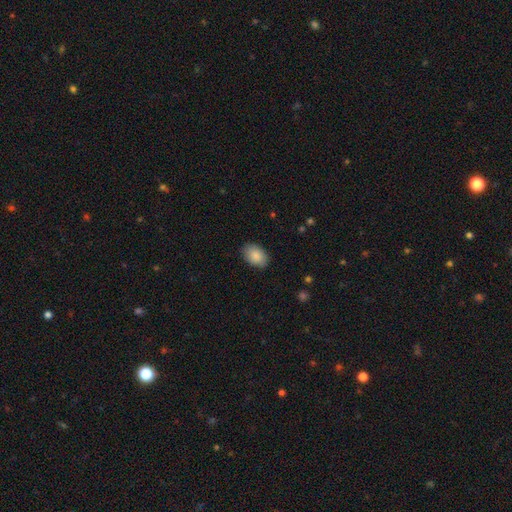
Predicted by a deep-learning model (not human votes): smooth 88%, star or artifact 6%, featured or disk 5%. Down the decision tree: how rounded — in between (88%); merging — none (86%).